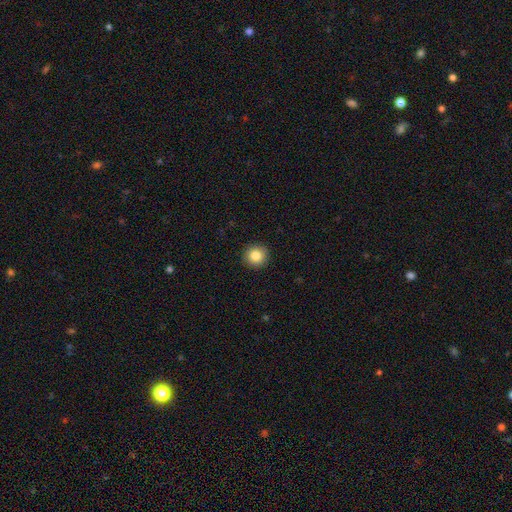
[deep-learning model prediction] Morphology: type=smooth (86%); roundness=round (93%); merging=none (92%).